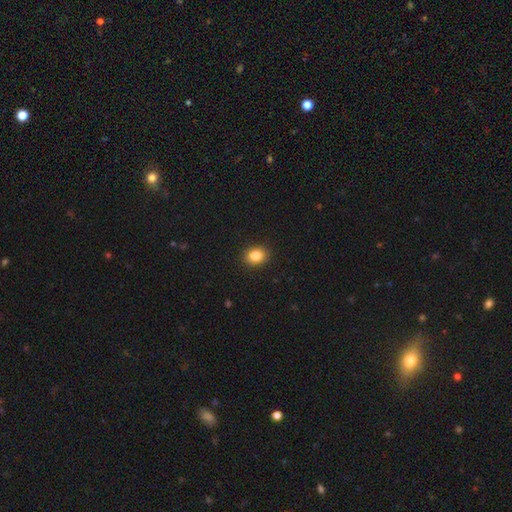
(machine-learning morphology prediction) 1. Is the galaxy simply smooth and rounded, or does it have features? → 85% smooth, 10% star or artifact, 5% featured or disk.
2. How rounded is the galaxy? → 50% round (tied), 50% in between (tied), 1% cigar-shaped.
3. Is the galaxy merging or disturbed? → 91% none, 6% minor disturbance, 2% major disturbance, 1% merger.